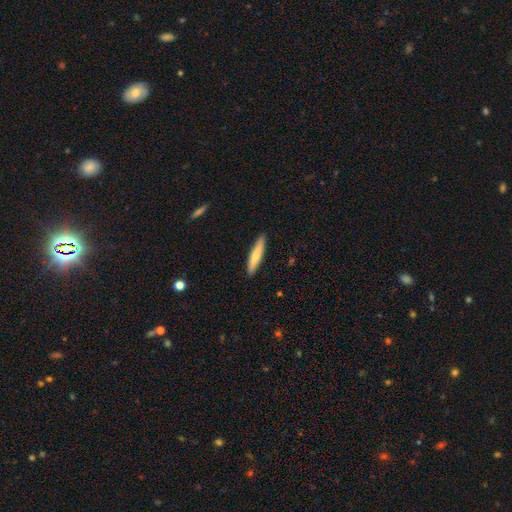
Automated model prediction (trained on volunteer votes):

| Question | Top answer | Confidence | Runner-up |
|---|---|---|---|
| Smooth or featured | smooth | 73% | featured or disk (22%) |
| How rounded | cigar-shaped | 88% | in between (10%) |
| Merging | none | 89% | minor disturbance (8%) |